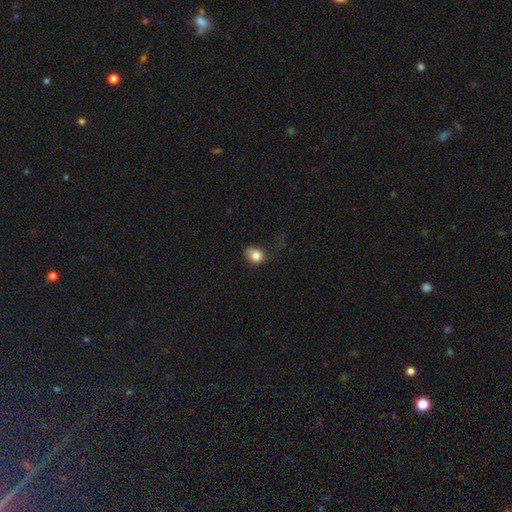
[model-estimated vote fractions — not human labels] A smooth galaxy with no disk features (79%) that is round (62%).

Vote fractions:
- Smooth or featured? smooth: 79% / featured or disk: 11% / star or artifact: 10%
- How rounded? round: 62% / in between: 37% / cigar-shaped: 1%
- Merging? none: 40% / major disturbance: 29% / minor disturbance: 28% / merger: 2%